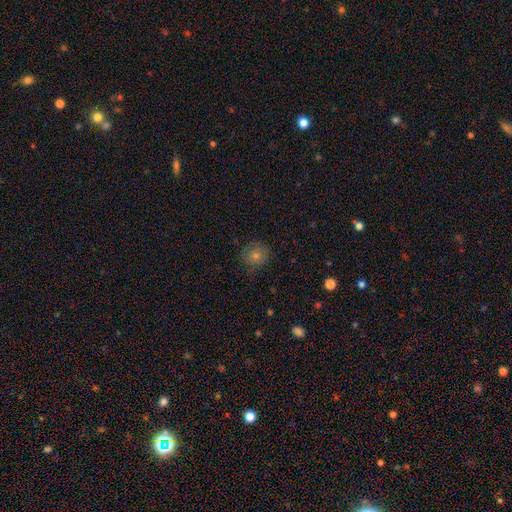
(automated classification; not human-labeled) This is possibly a smooth galaxy (54%). How rounded: clearly round (90%). Merging: clearly none (82%).